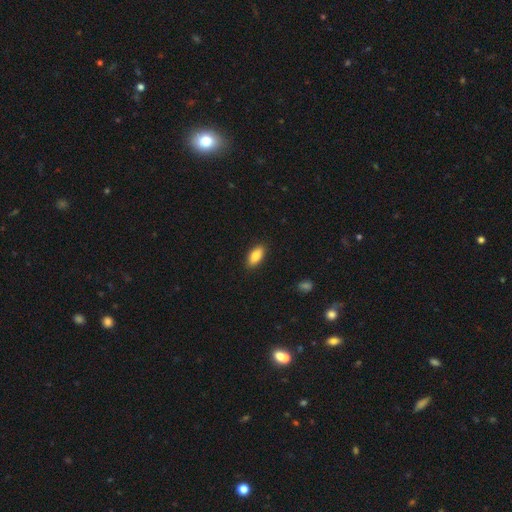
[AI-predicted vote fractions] This appears to be a smooth galaxy with no disk features (86%) that is in between round and cigar-shaped (89%). Merging: none (89%).